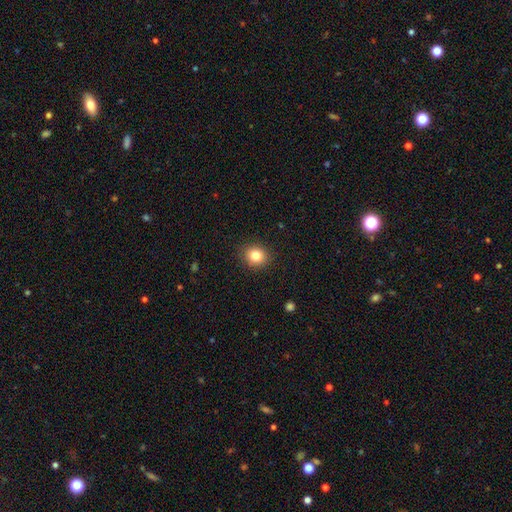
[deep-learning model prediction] This is clearly a smooth galaxy (82%). How rounded: likely round (78%). Merging: clearly none (89%).